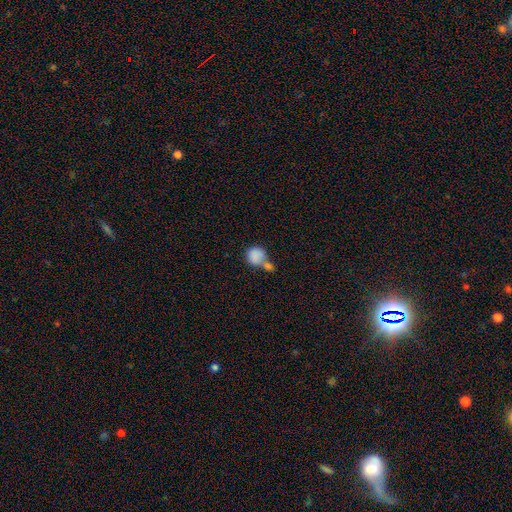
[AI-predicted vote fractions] Smooth or featured: smooth — 83% (featured or disk — 9%)
How rounded: round — 79% (in between — 20%)
Merging: merger — 53% (none — 29%)